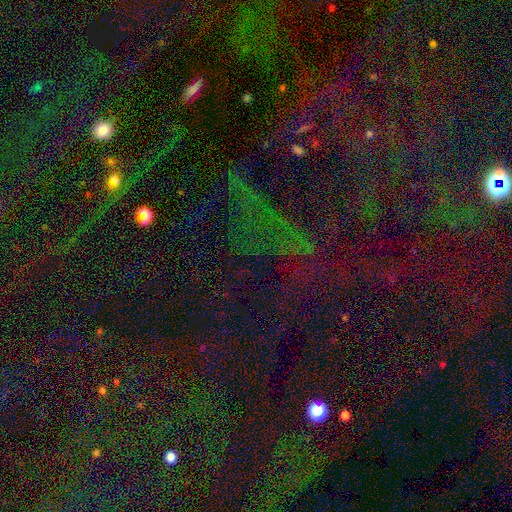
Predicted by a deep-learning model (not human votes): Smooth or featured?
  - star or artifact: 78% *
  - smooth: 14%
  - featured or disk: 9%